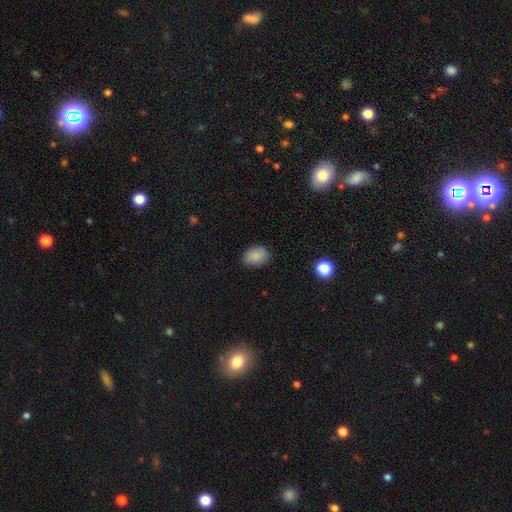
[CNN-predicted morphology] Overall: smooth (86%). How rounded: in between (73%). Merging: none (79%).